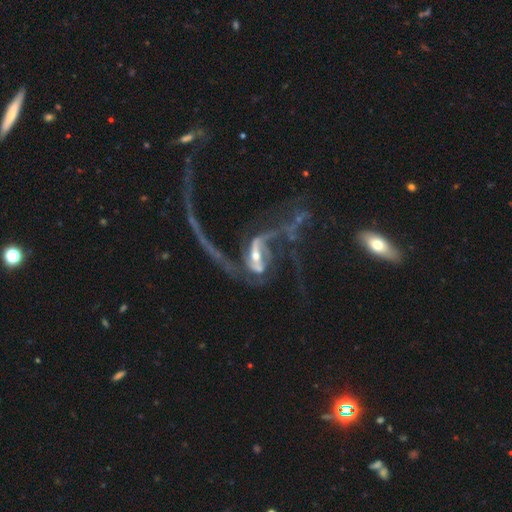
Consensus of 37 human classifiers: A featured or disk galaxy (92%) with a strong bar (62%), 2 (74%) loose (77%) spiral arms (91%) and a moderate central bulge (56%).

Vote fractions:
- Smooth or featured? featured or disk: 92% / star or artifact: 5% / smooth: 3%
- Edge-on disk? no: 100% / yes: 0%
- Bar? strong: 62% / weak: 26% / no: 12%
- Spiral arms? yes: 91% / no: 9%
- Spiral winding? loose: 77% / medium: 23% / tight: 0%
- Spiral arm count? 2: 74% / 3: 10% / can't tell: 10% / 1: 6% / 4: 0% / more than 4: 0%
- Bulge size? moderate: 56% / small: 32% / large: 9% / none: 3% / dominant: 0%
- Merging? major disturbance: 69% / none: 14% / merger: 14% / minor disturbance: 3%